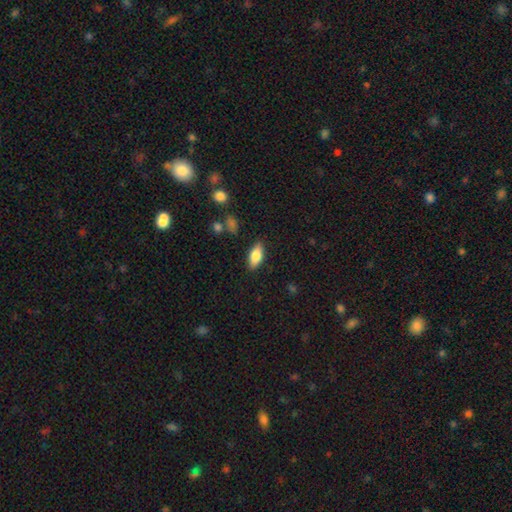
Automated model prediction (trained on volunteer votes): A smooth galaxy with no disk features (80%) that is in between round and cigar-shaped (85%).

Vote fractions:
- Smooth or featured? smooth: 80% / featured or disk: 13% / star or artifact: 7%
- How rounded? in between: 85% / cigar-shaped: 12% / round: 3%
- Merging? none: 86% / minor disturbance: 10% / major disturbance: 2% / merger: 1%